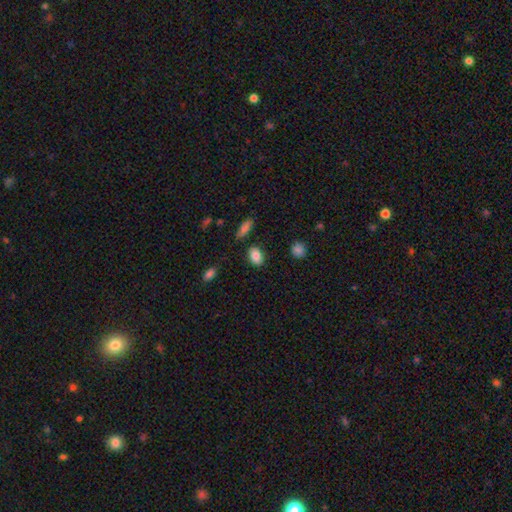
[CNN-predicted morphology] The model was most divided on "how rounded": in between: 84%, round: 14%, cigar-shaped: 2%. More confident: smooth or featured — smooth (86%); merging — none (84%).